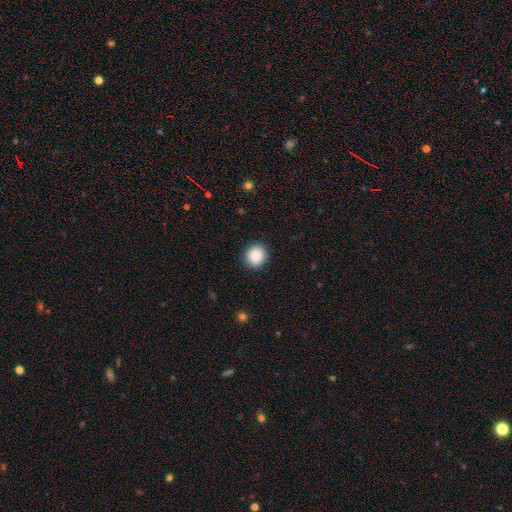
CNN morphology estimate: A smooth galaxy with no disk features (89%) that is round (88%).

Vote fractions:
- Smooth or featured? smooth: 89% / star or artifact: 8% / featured or disk: 3%
- How rounded? round: 88% / in between: 11% / cigar-shaped: 1%
- Merging? none: 91% / minor disturbance: 6% / major disturbance: 2% / merger: 1%